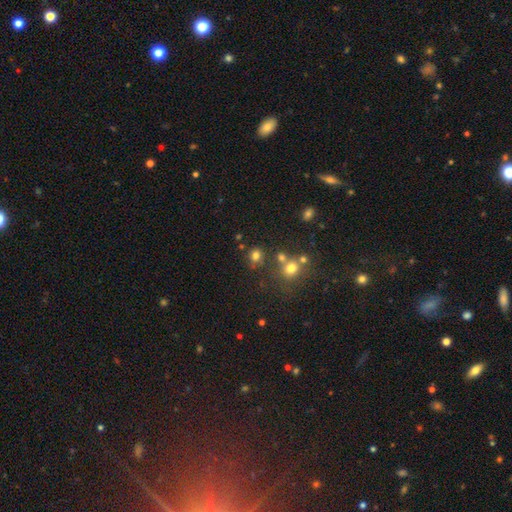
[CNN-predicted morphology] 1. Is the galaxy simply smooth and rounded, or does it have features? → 74% smooth, 18% star or artifact, 8% featured or disk.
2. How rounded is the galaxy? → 75% round, 24% in between, 1% cigar-shaped.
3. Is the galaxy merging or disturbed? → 69% none, 15% merger, 12% minor disturbance, 5% major disturbance.